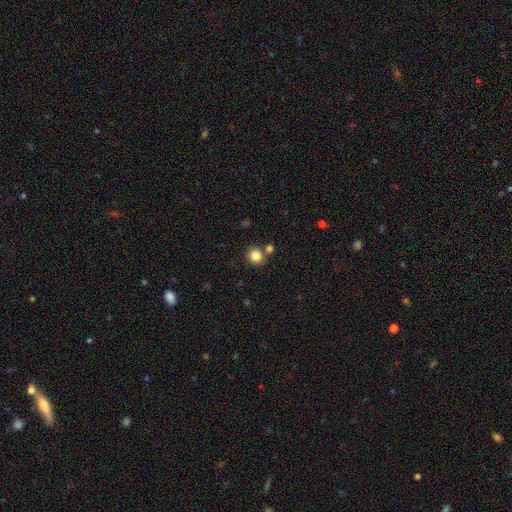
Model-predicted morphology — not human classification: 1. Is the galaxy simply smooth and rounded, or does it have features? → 83% smooth, 11% star or artifact, 5% featured or disk.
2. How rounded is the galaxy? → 90% round, 9% in between, 1% cigar-shaped.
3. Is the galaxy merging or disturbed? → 77% none, 12% merger, 8% minor disturbance, 3% major disturbance.